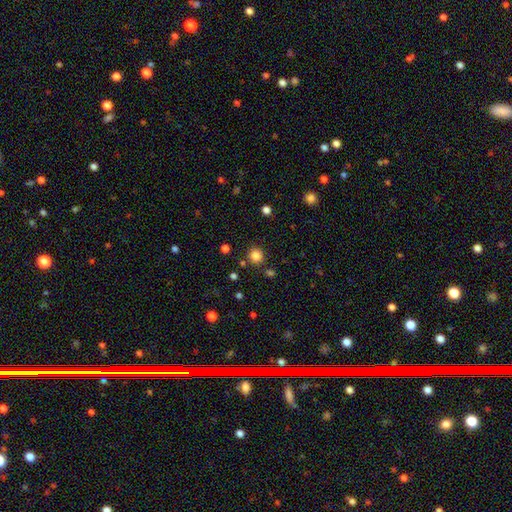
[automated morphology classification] smooth_or_featured: smooth (p=0.83) [alt: star or artifact p=0.13]
how_rounded: round (p=0.93) [alt: in between p=0.06]
merging: none (p=0.87) [alt: minor disturbance p=0.07]